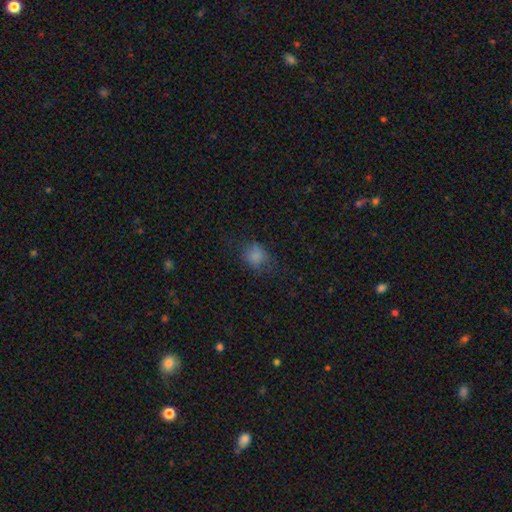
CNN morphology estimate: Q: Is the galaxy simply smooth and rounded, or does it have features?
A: smooth — 78%.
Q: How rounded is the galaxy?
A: round — 60%.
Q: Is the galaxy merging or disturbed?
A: none — 60%.